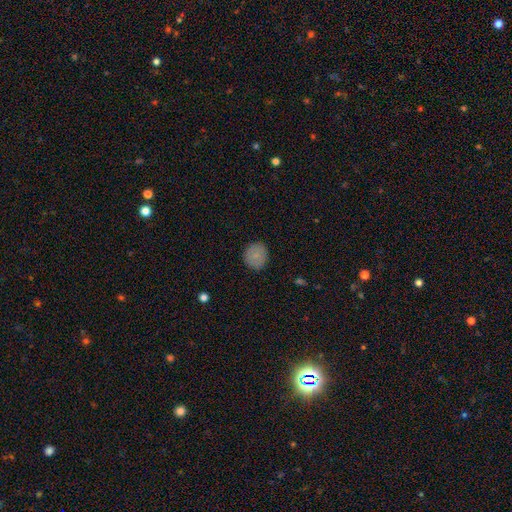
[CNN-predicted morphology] A smooth galaxy with no disk features (82%) that is round (88%). Merging: none (88%).